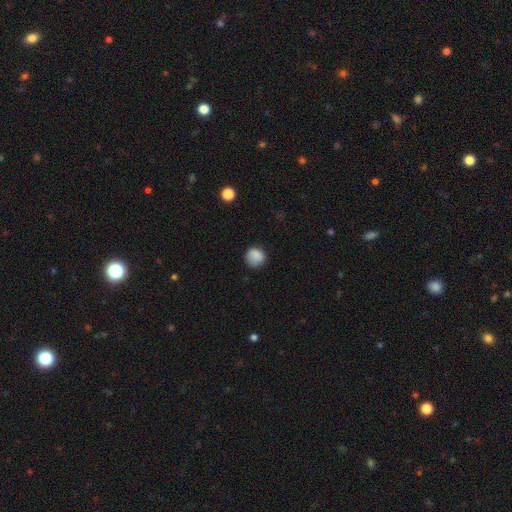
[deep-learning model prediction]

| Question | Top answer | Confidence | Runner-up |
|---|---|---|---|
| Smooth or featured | smooth | 86% | star or artifact (9%) |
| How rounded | round | 89% | in between (10%) |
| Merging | none | 79% | minor disturbance (16%) |